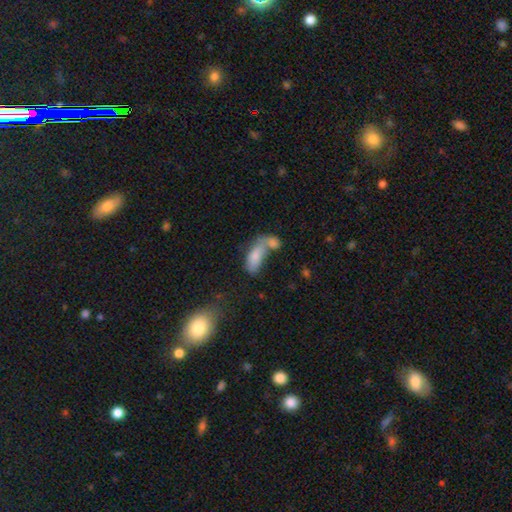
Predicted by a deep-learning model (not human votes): Smooth or featured?
  - smooth: 77% *
  - featured or disk: 15%
  - star or artifact: 8%
How rounded?
  - in between: 84% *
  - cigar-shaped: 13%
  - round: 3%
Merging?
  - merger: 59% *
  - none: 21%
  - minor disturbance: 11%
  - major disturbance: 9%